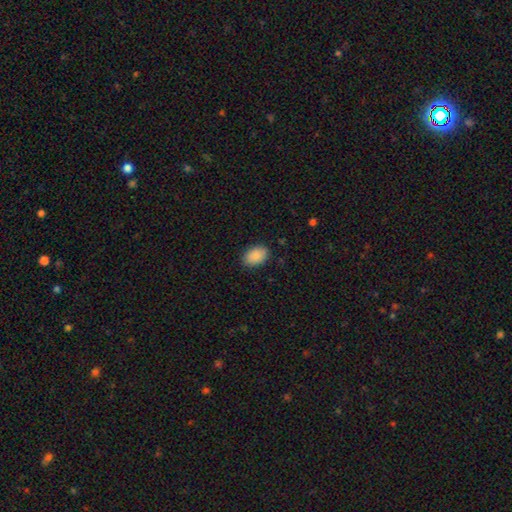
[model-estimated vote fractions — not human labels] The model was most divided on "how rounded": in between: 88%, round: 11%, cigar-shaped: 1%. More confident: smooth or featured — smooth (89%); merging — none (88%).